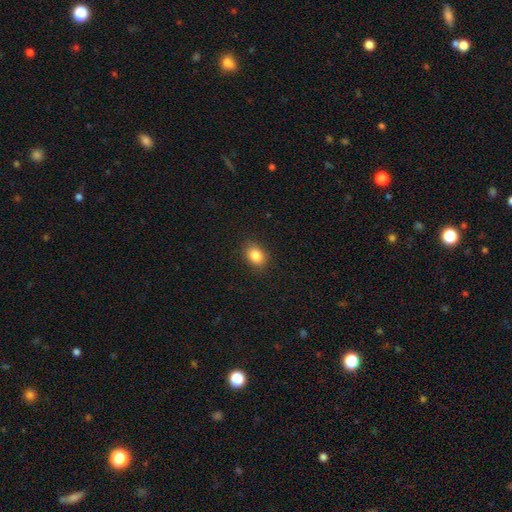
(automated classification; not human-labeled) Smooth or featured: smooth — 85% (star or artifact — 9%)
How rounded: in between — 67% (round — 32%)
Merging: none — 88% (minor disturbance — 9%)